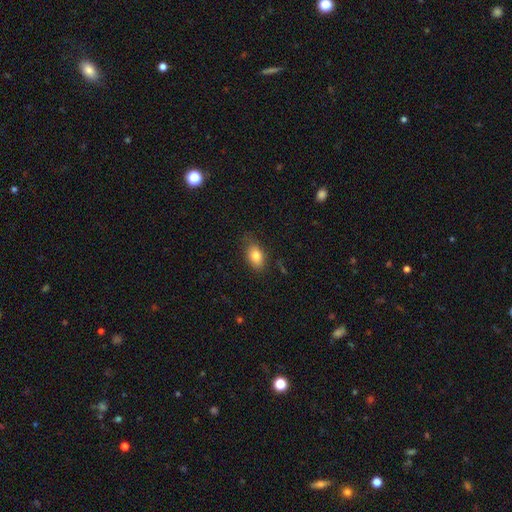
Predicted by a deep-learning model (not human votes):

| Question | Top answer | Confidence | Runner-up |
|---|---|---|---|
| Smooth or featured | smooth | 81% | featured or disk (10%) |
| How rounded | in between | 85% | round (12%) |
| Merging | none | 76% | minor disturbance (19%) |